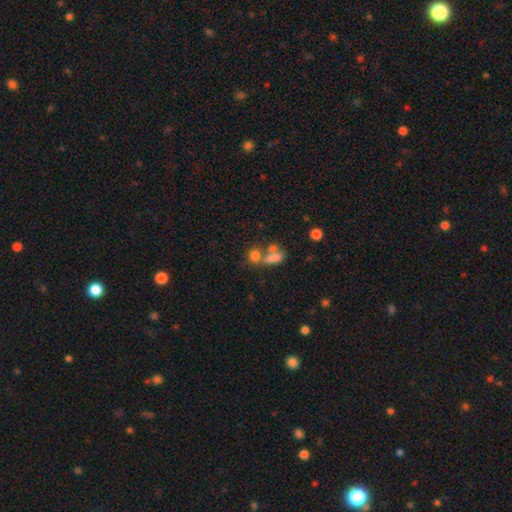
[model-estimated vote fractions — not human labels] Smooth or featured? smooth (73%)
How rounded? round (51%)
Merging? merger (43%)